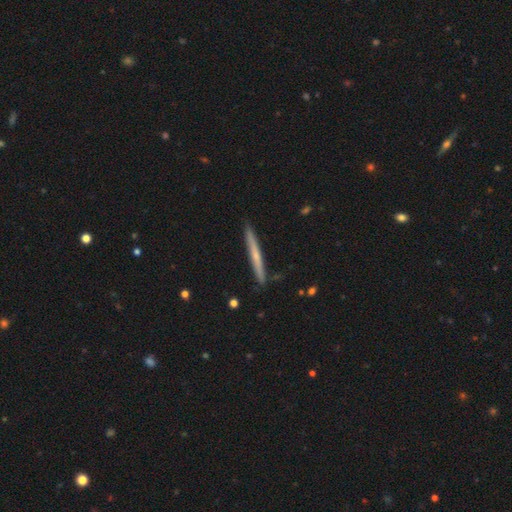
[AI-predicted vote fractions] The model was most divided on "smooth or featured": featured or disk: 50%, smooth: 44%, star or artifact: 6%. More confident: merging — none (91%).